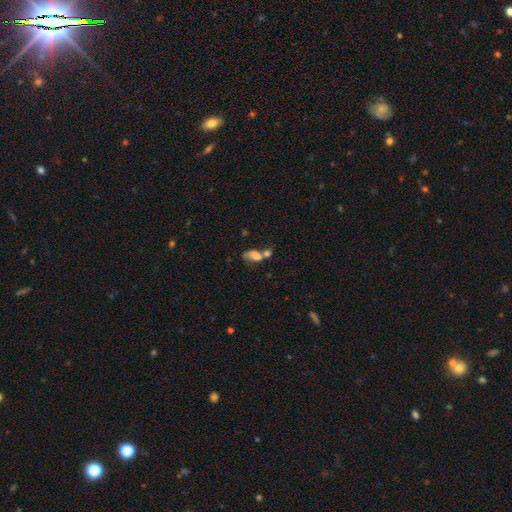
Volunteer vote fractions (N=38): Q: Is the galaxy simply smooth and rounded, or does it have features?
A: smooth — 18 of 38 (47%).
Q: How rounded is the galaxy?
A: in between — 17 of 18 (94%).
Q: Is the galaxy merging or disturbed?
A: merger — 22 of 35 (63%).